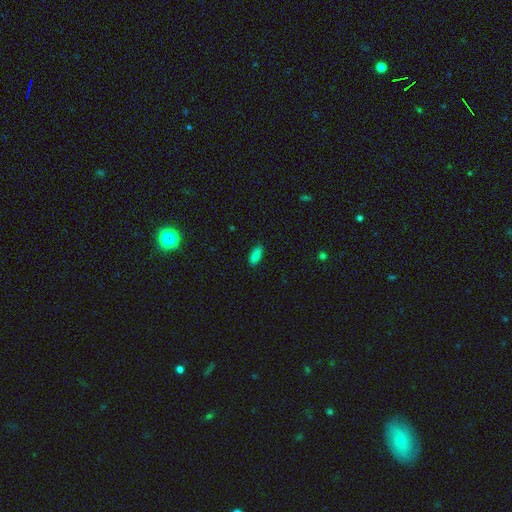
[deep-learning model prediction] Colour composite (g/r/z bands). It shows a smooth galaxy with no disk features (85%) that is in between round and cigar-shaped (79%). Merging: none (86%).